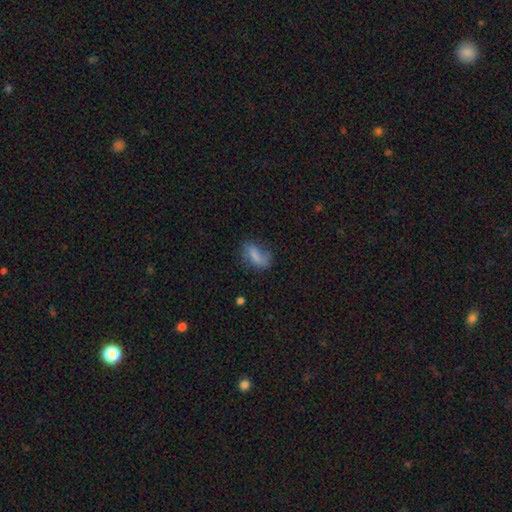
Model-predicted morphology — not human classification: smooth 72%, featured or disk 18%, star or artifact 9%. Down the decision tree: how rounded — in between (78%); merging — none (55%).